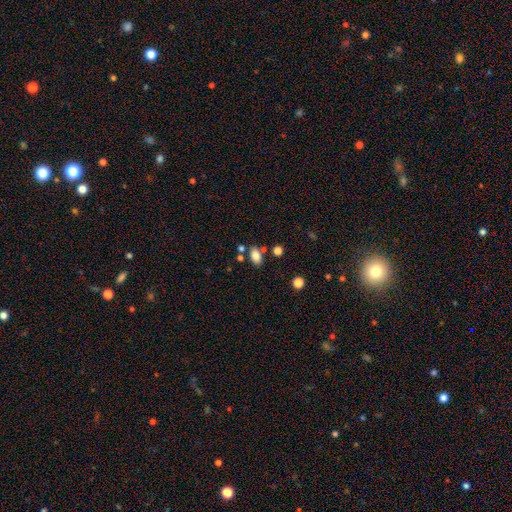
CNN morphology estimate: Overall: smooth (82%). How rounded: in between (88%). Merging: none (71%).